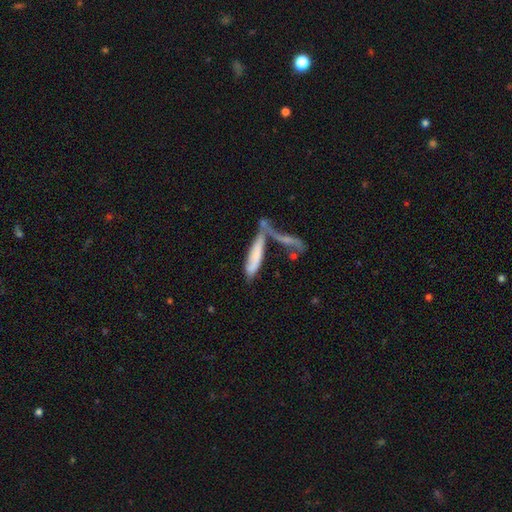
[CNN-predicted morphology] Smooth or featured? smooth (63%)
How rounded? cigar-shaped (76%)
Merging? merger (50%)